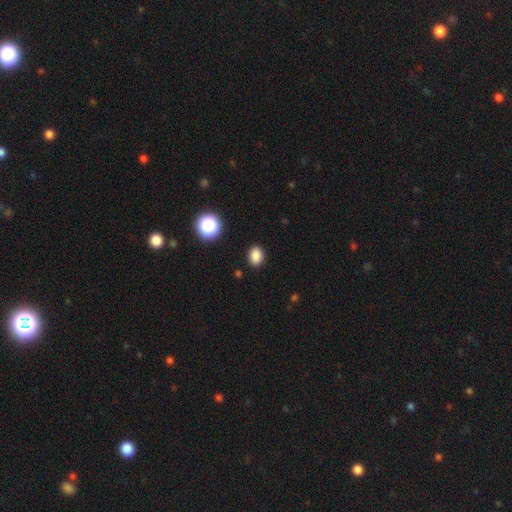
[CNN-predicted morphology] A smooth galaxy with no disk features (85%) that is in between round and cigar-shaped (63%). Merging: none (89%).